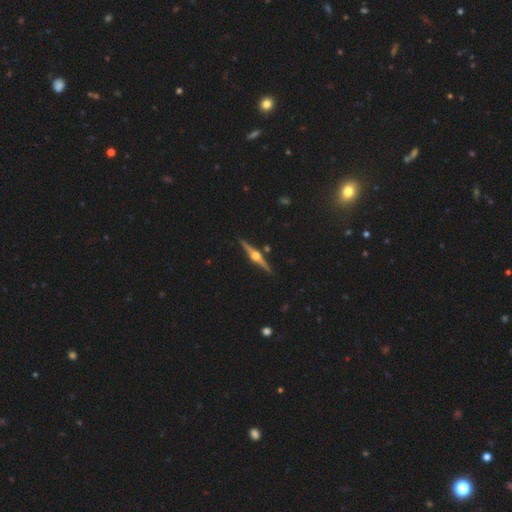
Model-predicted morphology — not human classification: The model was most divided on "smooth or featured": featured or disk: 87%, smooth: 8%, star or artifact: 5%. More confident: edge-on disk — yes (99%); edge-on bulge — rounded (96%); merging — none (90%).